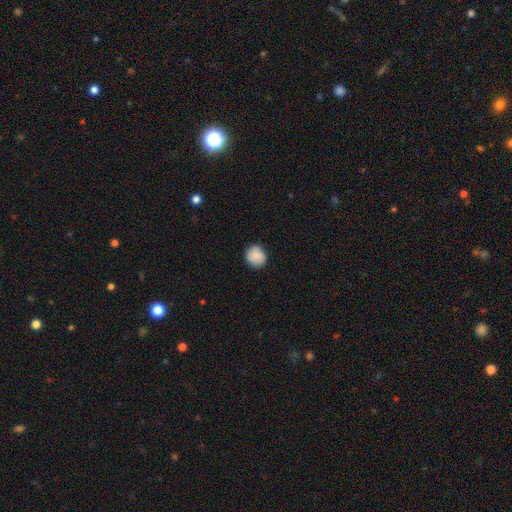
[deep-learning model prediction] Overall: smooth (86%). How rounded: round (85%). Merging: none (87%).